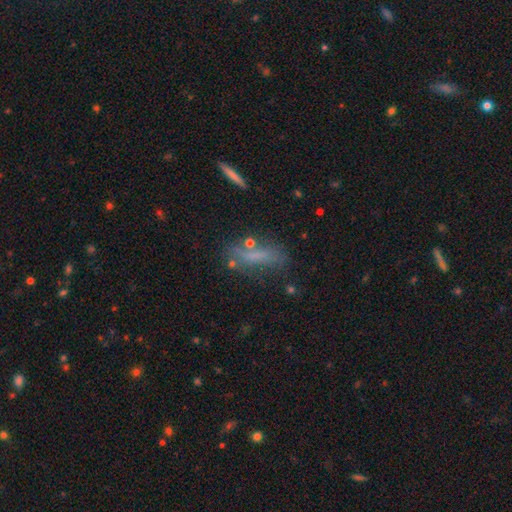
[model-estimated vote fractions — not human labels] smooth 60%, featured or disk 25%, star or artifact 15%. Down the decision tree: how rounded — cigar-shaped (59%); merging — none (64%).